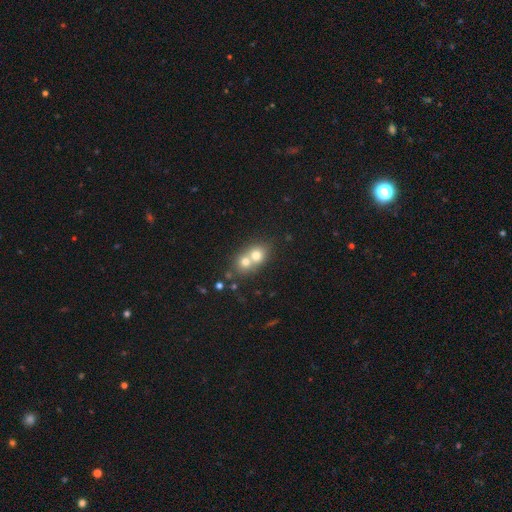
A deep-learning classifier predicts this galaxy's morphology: smooth 71%, featured or disk 18%, star or artifact 11%. Down the decision tree: how rounded — round (68%); merging — merger (68%).